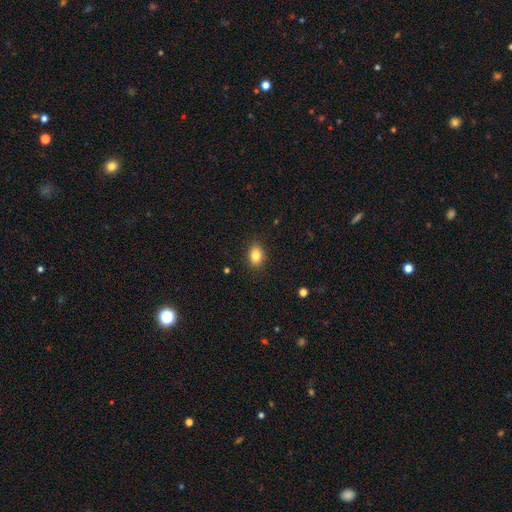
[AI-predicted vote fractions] Q: Smooth or featured?
A: smooth (83%); runner-up: star or artifact (10%)
Q: How rounded?
A: in between (70%); runner-up: round (28%)
Q: Merging?
A: none (88%); runner-up: minor disturbance (9%)